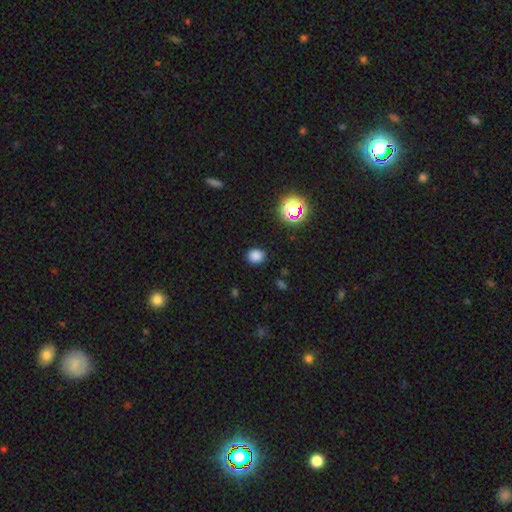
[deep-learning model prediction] smooth-or-featured: smooth: 80% | star or artifact: 16% | featured or disk: 4%
  how-rounded: round: 68% | in between: 31% | cigar-shaped: 1%
  merging: none: 86% | minor disturbance: 10% | major disturbance: 3% | merger: 1%